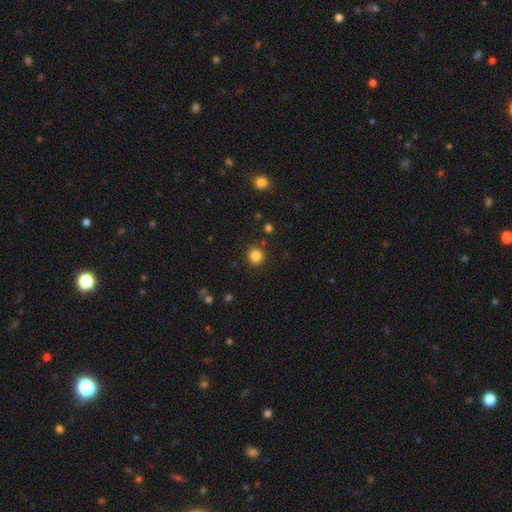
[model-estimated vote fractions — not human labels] This is clearly a smooth galaxy (83%). How rounded: clearly round (94%). Merging: clearly none (89%).